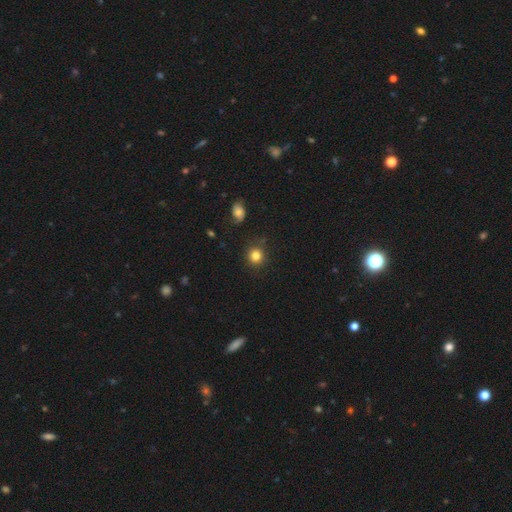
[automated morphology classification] This is clearly a smooth galaxy (83%). How rounded: clearly round (91%). Merging: clearly none (86%).